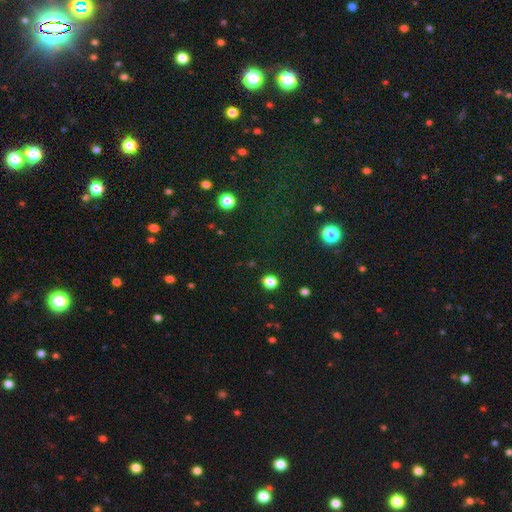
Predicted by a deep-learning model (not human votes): Smooth or featured? Predicted: star or artifact (p=0.70).